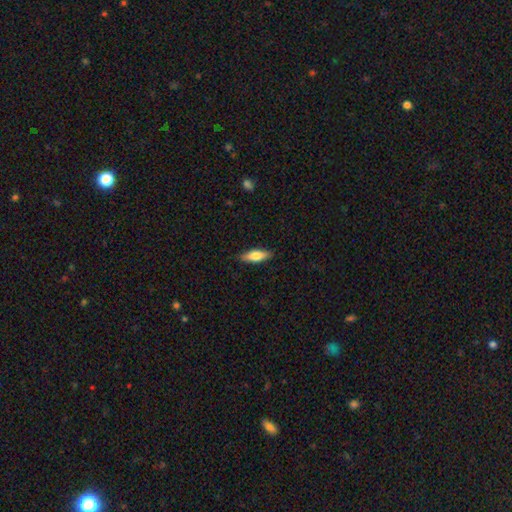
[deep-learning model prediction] The model was most divided on "how rounded": in between: 56%, cigar-shaped: 42%, round: 2%. More confident: merging — none (87%); smooth or featured — smooth (71%).